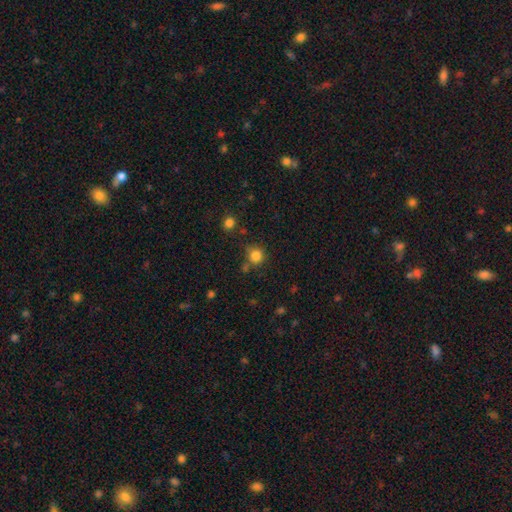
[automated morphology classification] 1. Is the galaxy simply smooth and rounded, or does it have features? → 82% smooth, 13% star or artifact, 5% featured or disk.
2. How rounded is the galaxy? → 90% round, 9% in between, 1% cigar-shaped.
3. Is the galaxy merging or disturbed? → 71% none, 13% minor disturbance, 11% merger, 5% major disturbance.